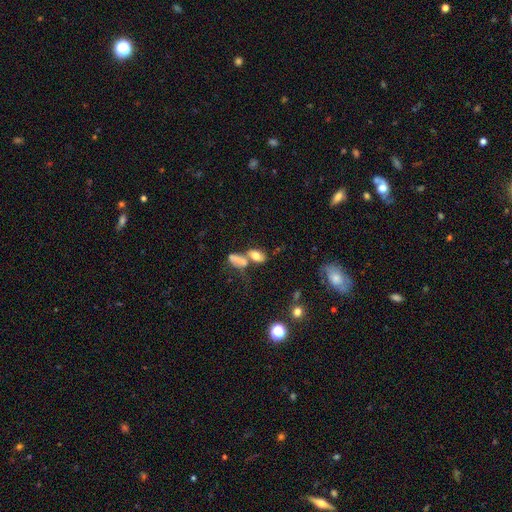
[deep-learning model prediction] A smooth galaxy with no disk features (69%) that is in between round and cigar-shaped (83%). Merging: merger (52%).